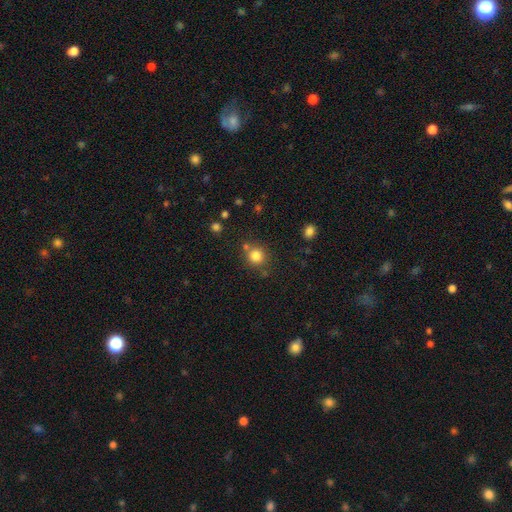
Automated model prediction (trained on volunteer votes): smooth-or-featured: smooth: 82% | star or artifact: 12% | featured or disk: 6%
  how-rounded: round: 91% | in between: 8% | cigar-shaped: 1%
  merging: none: 74% | merger: 14% | minor disturbance: 9% | major disturbance: 3%